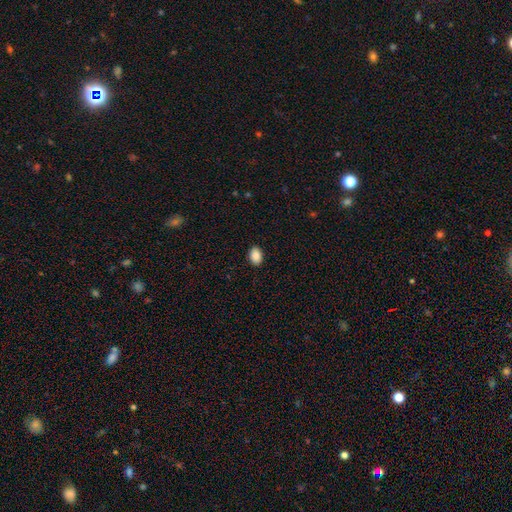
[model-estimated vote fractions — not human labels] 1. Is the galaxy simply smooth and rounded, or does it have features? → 90% smooth, 8% star or artifact, 3% featured or disk.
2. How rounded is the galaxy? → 84% in between, 15% round, 1% cigar-shaped.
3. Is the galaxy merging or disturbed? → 89% none, 8% minor disturbance, 2% major disturbance, 1% merger.